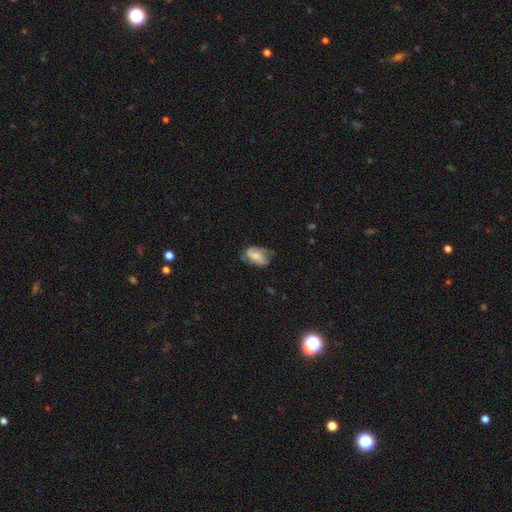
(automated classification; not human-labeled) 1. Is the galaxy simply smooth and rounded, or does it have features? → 46% smooth (tied), 46% featured or disk (tied), 8% star or artifact.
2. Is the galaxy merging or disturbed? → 47% none, 34% minor disturbance, 17% major disturbance, 2% merger.